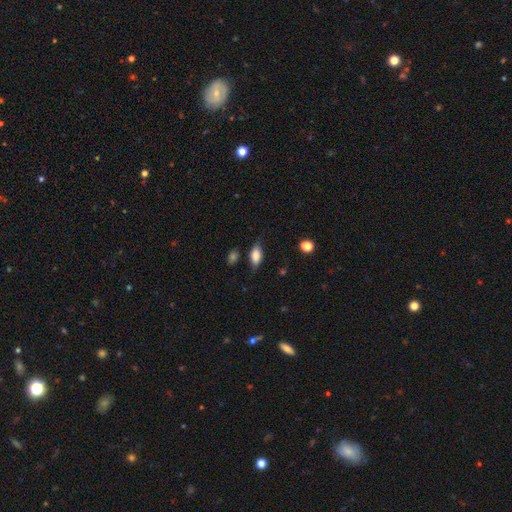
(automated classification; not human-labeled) smooth 74%, featured or disk 18%, star or artifact 8%. Down the decision tree: how rounded — in between (83%); merging — none (70%).